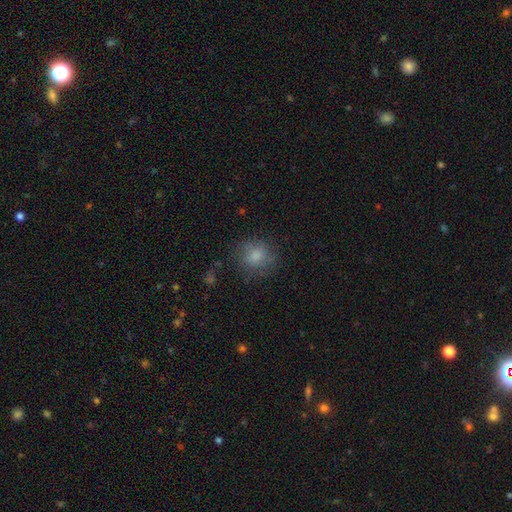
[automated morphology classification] type=smooth (78%); roundness=round (79%); merging=none (73%).